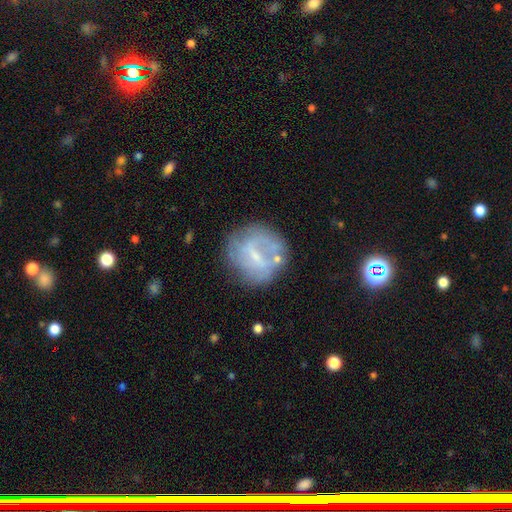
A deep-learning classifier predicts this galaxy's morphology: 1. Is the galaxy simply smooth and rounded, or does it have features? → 59% featured or disk, 31% smooth, 10% star or artifact.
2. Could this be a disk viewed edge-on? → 96% no, 4% yes.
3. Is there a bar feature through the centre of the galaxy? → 51% weak, 27% no, 22% strong.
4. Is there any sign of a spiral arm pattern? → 50% yes (tied), 50% no (tied).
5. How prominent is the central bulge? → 61% small, 19% none, 18% moderate, 1% large, 1% dominant.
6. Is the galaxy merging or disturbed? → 62% none, 20% minor disturbance, 12% major disturbance, 6% merger.